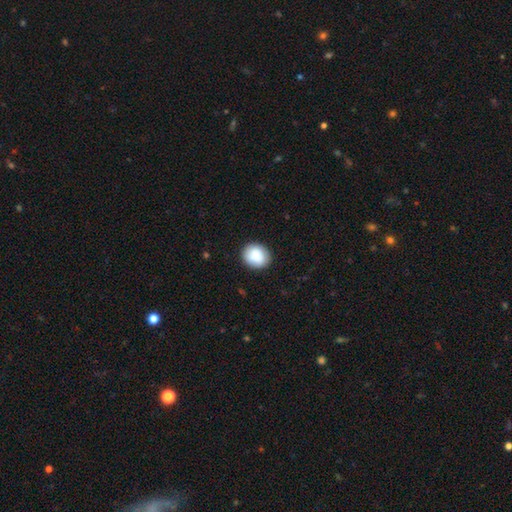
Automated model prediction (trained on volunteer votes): smooth_or_featured: smooth (p=0.89) [alt: star or artifact p=0.07]
how_rounded: round (p=0.67) [alt: in between p=0.32]
merging: none (p=0.87) [alt: minor disturbance p=0.09]